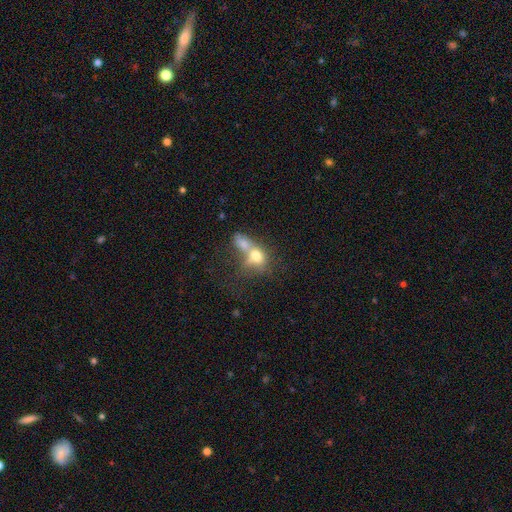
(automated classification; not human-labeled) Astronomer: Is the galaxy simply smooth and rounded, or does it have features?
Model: smooth — 68%.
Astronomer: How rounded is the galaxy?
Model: in between — 56% (runner-up: round, 40%).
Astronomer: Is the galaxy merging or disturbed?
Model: merger — 67%.